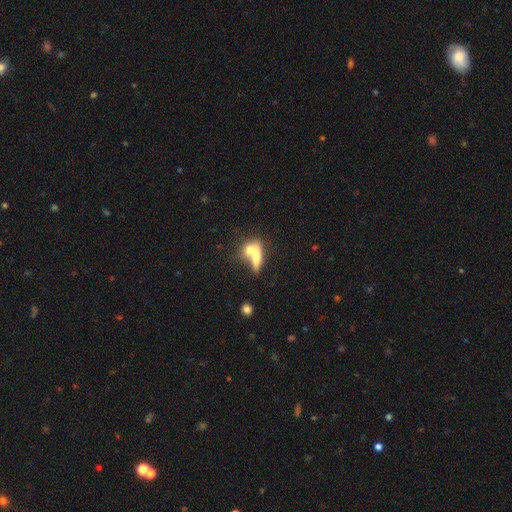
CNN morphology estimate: This is possibly a smooth galaxy (59%). How rounded: possibly in between (51%). Merging: likely merger (62%).